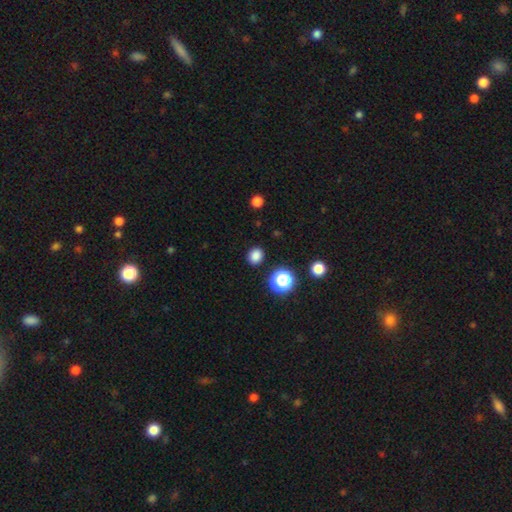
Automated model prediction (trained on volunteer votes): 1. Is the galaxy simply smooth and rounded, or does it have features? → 82% smooth, 14% star or artifact, 4% featured or disk.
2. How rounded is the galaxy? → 72% round, 27% in between, 1% cigar-shaped.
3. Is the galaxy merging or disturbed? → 89% none, 7% minor disturbance, 2% major disturbance, 2% merger.